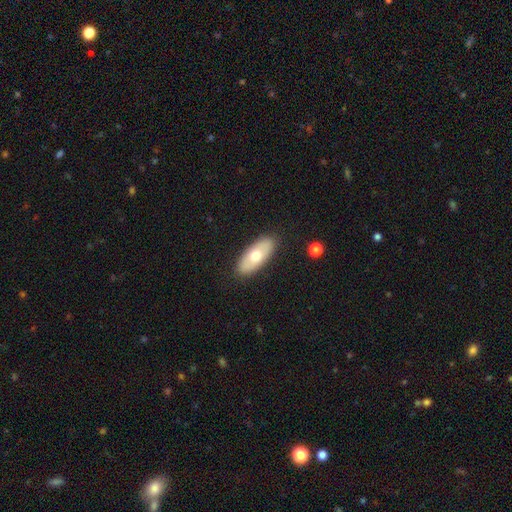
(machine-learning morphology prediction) Smooth or featured? smooth (63%)
How rounded? in between (87%)
Merging? none (88%)